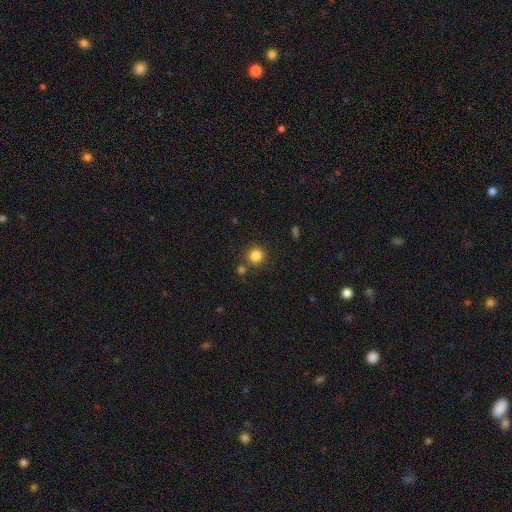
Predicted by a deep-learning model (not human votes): A smooth galaxy with no disk features (84%) that is round (94%). Merging: none (82%).